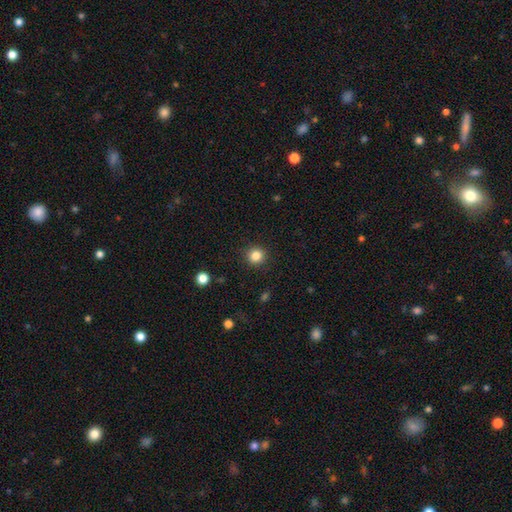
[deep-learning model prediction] smooth-or-featured: smooth: 84% | star or artifact: 12% | featured or disk: 5%
  how-rounded: round: 94% | in between: 5% | cigar-shaped: 1%
  merging: none: 91% | minor disturbance: 6% | major disturbance: 2% | merger: 1%